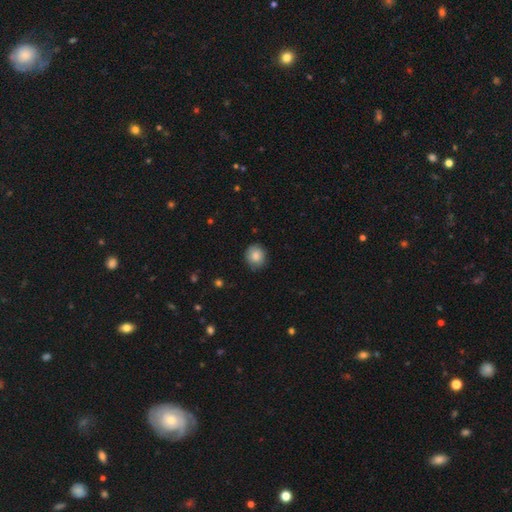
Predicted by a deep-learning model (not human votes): A smooth galaxy with no disk features (85%) that is round (80%).

Vote fractions:
- Smooth or featured? smooth: 85% / star or artifact: 8% / featured or disk: 7%
- How rounded? round: 80% / in between: 19% / cigar-shaped: 1%
- Merging? none: 83% / minor disturbance: 14% / major disturbance: 2% / merger: 1%